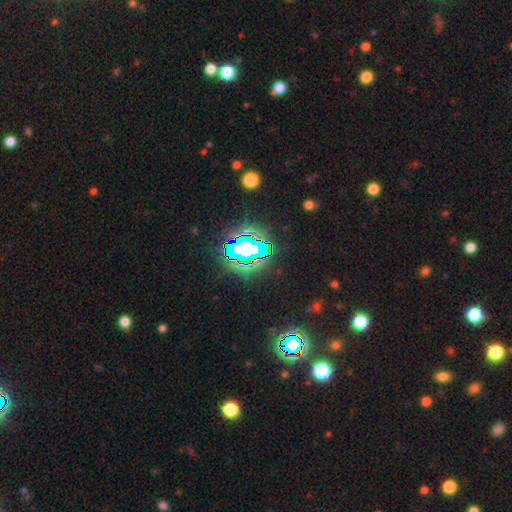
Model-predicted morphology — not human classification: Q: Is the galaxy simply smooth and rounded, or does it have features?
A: star or artifact — 68%.